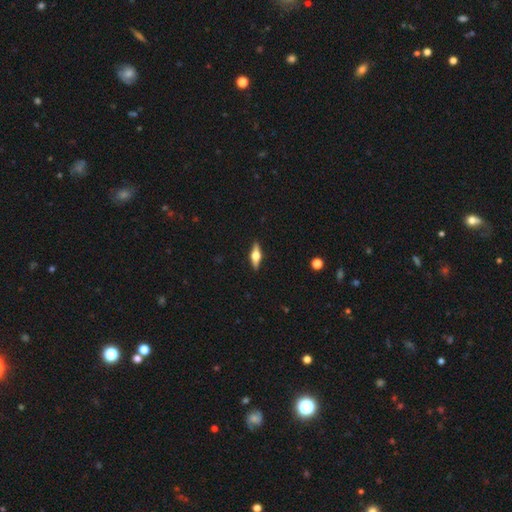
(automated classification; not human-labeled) Overall: featured or disk (65%; smooth 29%). Edge-on disk: yes (95%). Edge-on bulge: rounded (95%). Merging: none (90%).